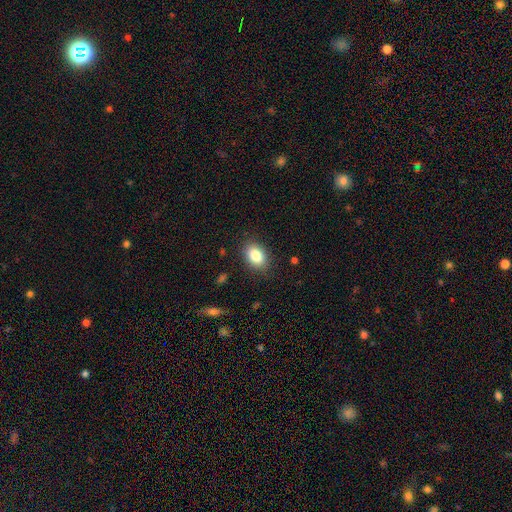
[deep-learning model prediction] Overall: smooth (84%). How rounded: in between (79%). Merging: none (86%).